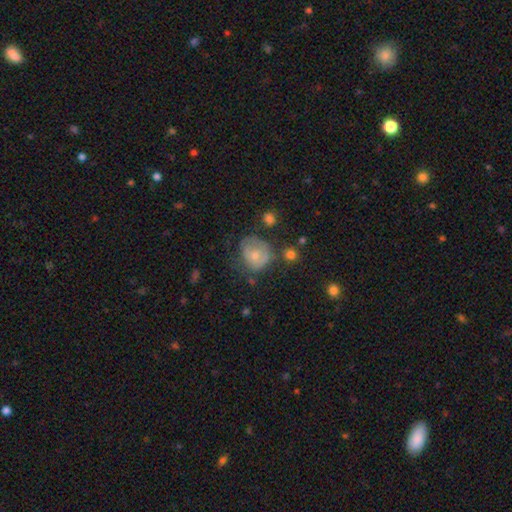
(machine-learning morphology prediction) smooth_or_featured: smooth (p=0.55) [alt: featured or disk p=0.37]
how_rounded: round (p=0.66) [alt: in between p=0.33]
merging: none (p=0.42) [alt: minor disturbance p=0.31]